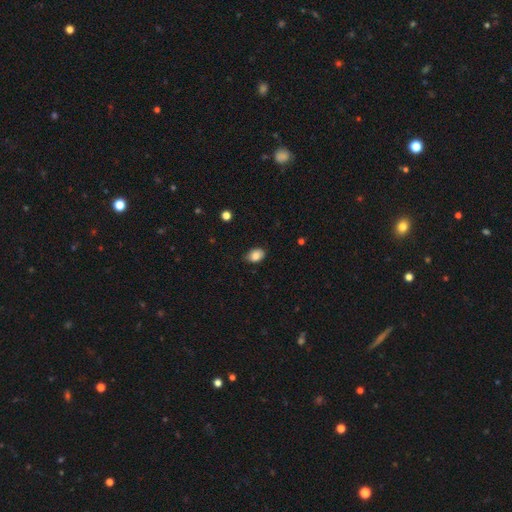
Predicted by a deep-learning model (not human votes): Overall: smooth (84%). How rounded: in between (80%). Merging: none (78%).